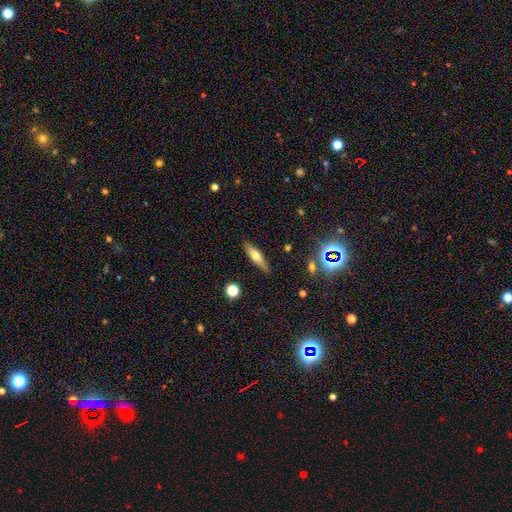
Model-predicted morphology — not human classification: Smooth or featured? Predicted: smooth (p=0.47). Merging? Predicted: none (p=0.87).